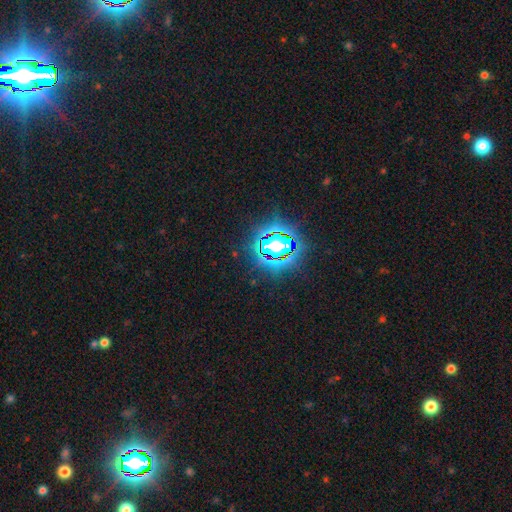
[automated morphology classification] star or artifact 83%, smooth 10%, featured or disk 7%.